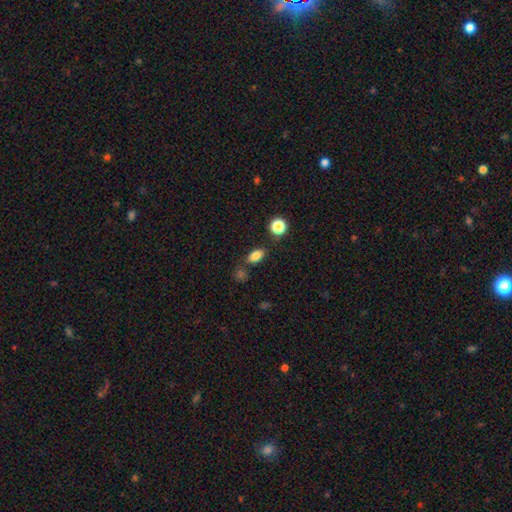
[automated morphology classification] Smooth or featured: smooth — 81% (star or artifact — 12%)
How rounded: in between — 84% (round — 12%)
Merging: none — 75% (minor disturbance — 13%)